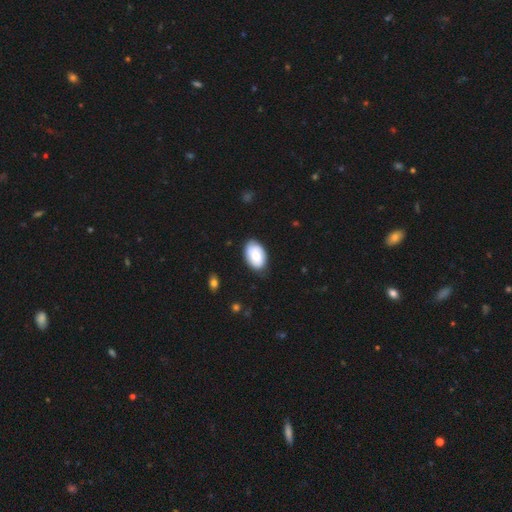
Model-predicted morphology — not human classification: A smooth galaxy with no disk features (72%) that is in between round and cigar-shaped (91%). Merging: none (78%).